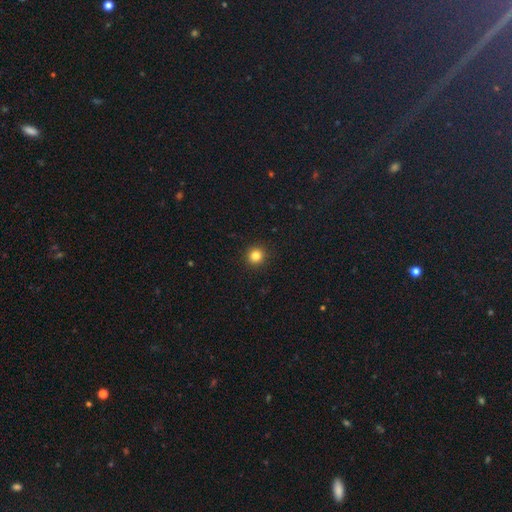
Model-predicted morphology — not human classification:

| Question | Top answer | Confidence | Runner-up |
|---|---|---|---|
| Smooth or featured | smooth | 83% | star or artifact (13%) |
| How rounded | round | 94% | in between (5%) |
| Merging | none | 93% | minor disturbance (5%) |